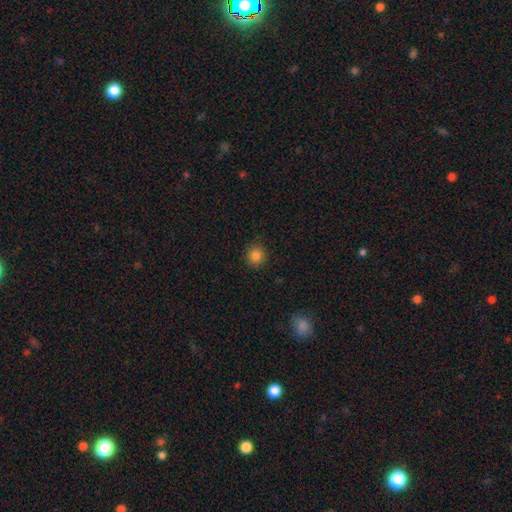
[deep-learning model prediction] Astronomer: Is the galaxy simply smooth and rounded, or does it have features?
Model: smooth — 84%.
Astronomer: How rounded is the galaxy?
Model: round — 91%.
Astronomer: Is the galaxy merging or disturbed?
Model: none — 88%.